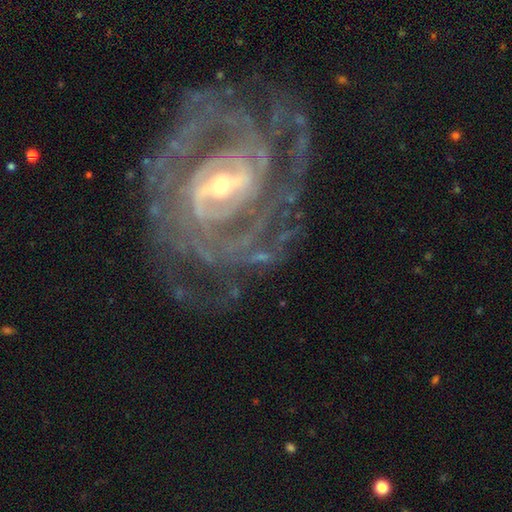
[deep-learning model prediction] Overall: featured or disk (91%). Edge-on disk: no (97%). Bar: strong (59%; weak 30%). Spiral arms: yes (97%). Spiral arm count: 2 (27%; can't tell 21%). Spiral winding: tight (59%; medium 33%). Bulge size: small (61%; moderate 33%). Merging: none (68%).